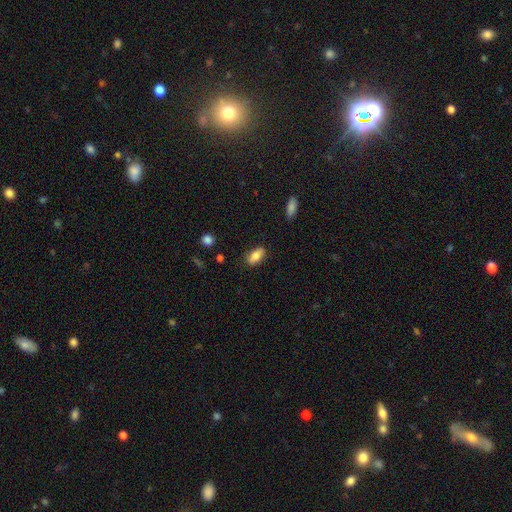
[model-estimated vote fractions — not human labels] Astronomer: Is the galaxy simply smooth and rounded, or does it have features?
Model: smooth — 81%.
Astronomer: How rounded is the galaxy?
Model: in between — 88%.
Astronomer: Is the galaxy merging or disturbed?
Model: none — 82%.